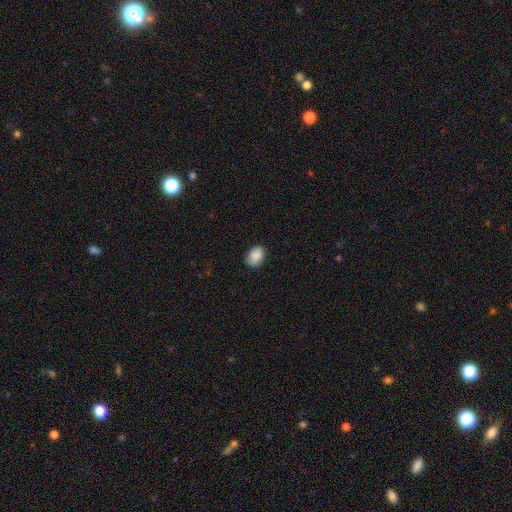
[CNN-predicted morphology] A smooth galaxy with no disk features (88%) that is in between round and cigar-shaped (76%). Merging: none (82%).